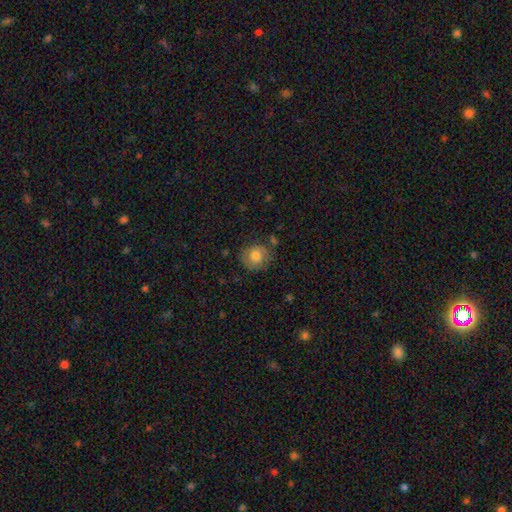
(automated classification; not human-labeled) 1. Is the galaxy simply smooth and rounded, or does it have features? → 77% smooth, 14% featured or disk, 9% star or artifact.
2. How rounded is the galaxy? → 85% round, 15% in between, 1% cigar-shaped.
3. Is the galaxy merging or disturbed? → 74% none, 18% minor disturbance, 5% major disturbance, 4% merger.